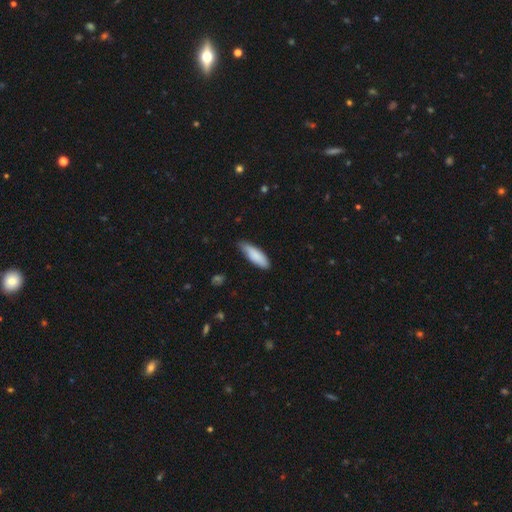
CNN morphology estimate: type=smooth (85%); roundness=in between (57%); merging=none (70%).